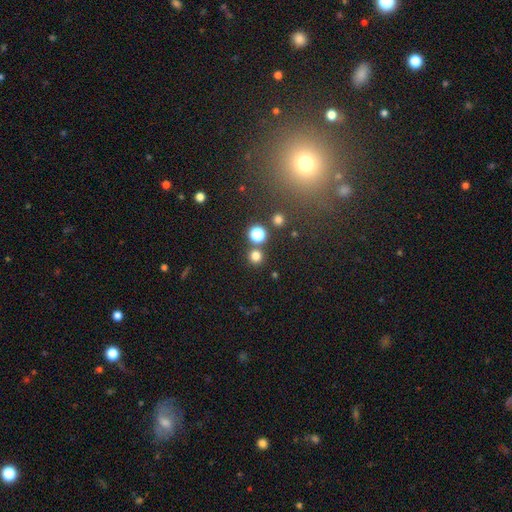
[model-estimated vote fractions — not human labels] This appears to be a smooth galaxy with no disk features (76%) that is round (93%). Merging: none (81%).